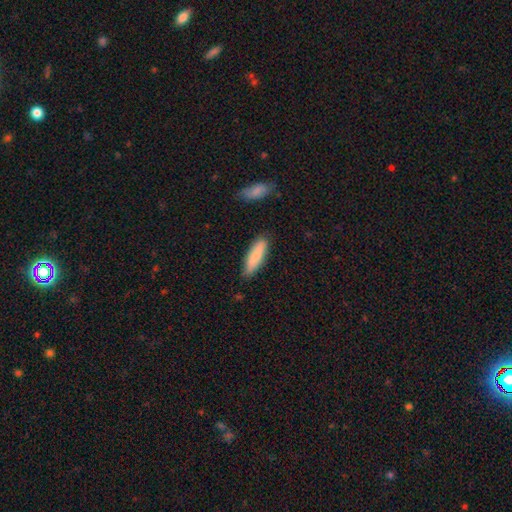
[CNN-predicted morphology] Smooth or featured?
  - smooth: 81% *
  - featured or disk: 13%
  - star or artifact: 6%
How rounded?
  - cigar-shaped: 57% *
  - in between: 42%
  - round: 2%
Merging?
  - none: 81% *
  - minor disturbance: 14%
  - major disturbance: 3%
  - merger: 2%